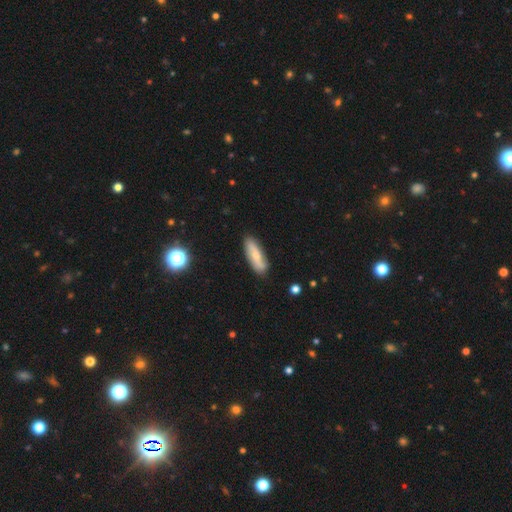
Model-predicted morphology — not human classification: The model was most divided on "smooth or featured": smooth: 49%, featured or disk: 44%, star or artifact: 6%. More confident: merging — none (82%).